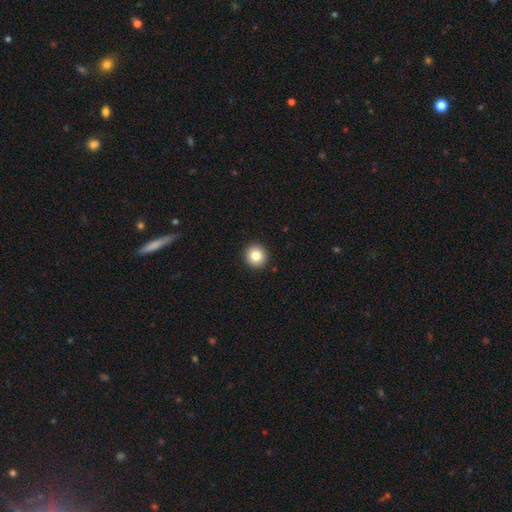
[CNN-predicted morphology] Smooth or featured? Predicted: smooth (p=0.82). How rounded? Predicted: round (p=0.94). Merging? Predicted: none (p=0.93).